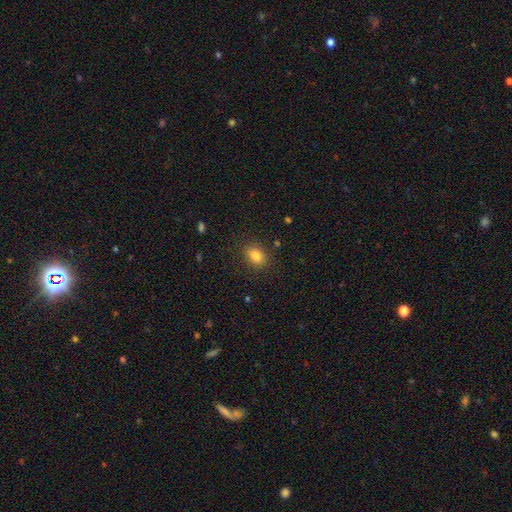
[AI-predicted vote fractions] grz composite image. It shows a smooth galaxy with no disk features (83%) that is in between round and cigar-shaped (72%). Merging: none (86%).